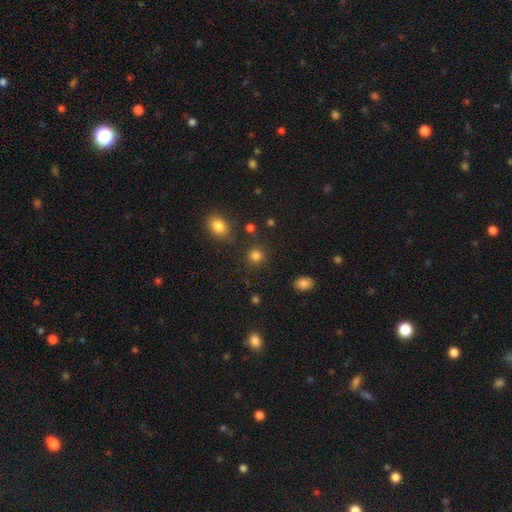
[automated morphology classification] A smooth galaxy with no disk features (82%) that is round (87%).

Vote fractions:
- Smooth or featured? smooth: 82% / star or artifact: 13% / featured or disk: 4%
- How rounded? round: 87% / in between: 12% / cigar-shaped: 1%
- Merging? none: 81% / minor disturbance: 10% / merger: 5% / major disturbance: 4%